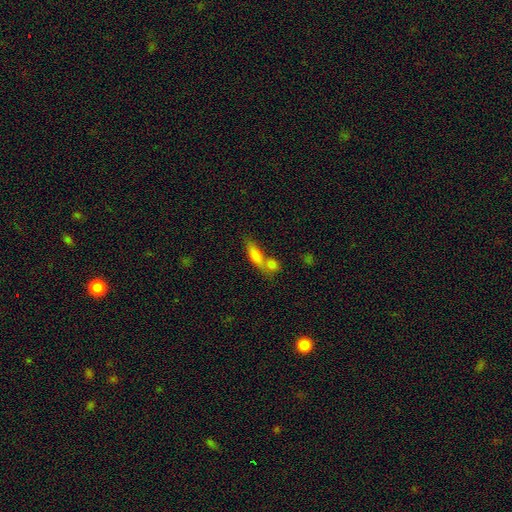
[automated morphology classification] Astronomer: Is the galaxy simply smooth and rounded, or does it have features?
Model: smooth — 76%.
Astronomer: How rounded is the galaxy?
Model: in between — 49% (runner-up: cigar-shaped, 46%).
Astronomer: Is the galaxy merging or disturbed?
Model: merger — 47% (runner-up: none, 38%).